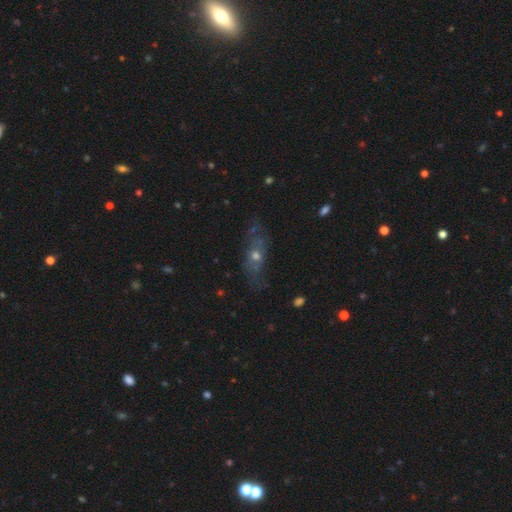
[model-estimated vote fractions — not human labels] smooth-or-featured: featured or disk: 51% | smooth: 34% | star or artifact: 16%
  disk-edge-on: no: 65% | yes: 35%
  merging: none: 65% | minor disturbance: 21% | major disturbance: 11% | merger: 3%